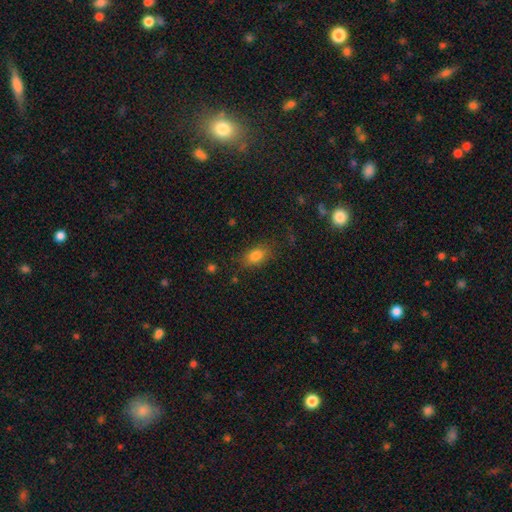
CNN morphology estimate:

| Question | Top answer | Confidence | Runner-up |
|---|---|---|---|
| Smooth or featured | smooth | 82% | star or artifact (10%) |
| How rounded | in between | 82% | round (15%) |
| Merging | none | 77% | minor disturbance (15%) |